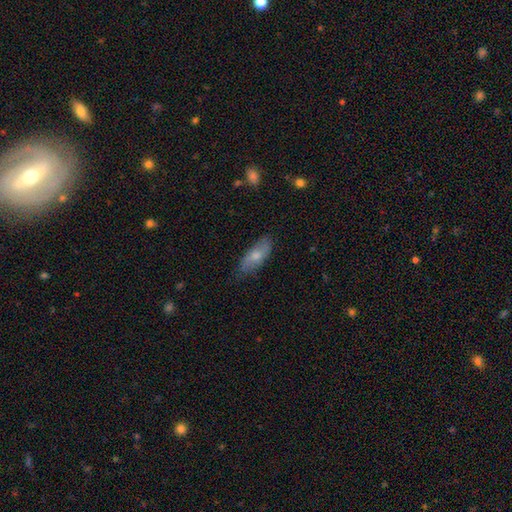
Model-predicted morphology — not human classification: smooth-or-featured: smooth: 69% | featured or disk: 25% | star or artifact: 6%
  how-rounded: in between: 74% | cigar-shaped: 23% | round: 3%
  merging: none: 76% | minor disturbance: 19% | major disturbance: 3% | merger: 1%